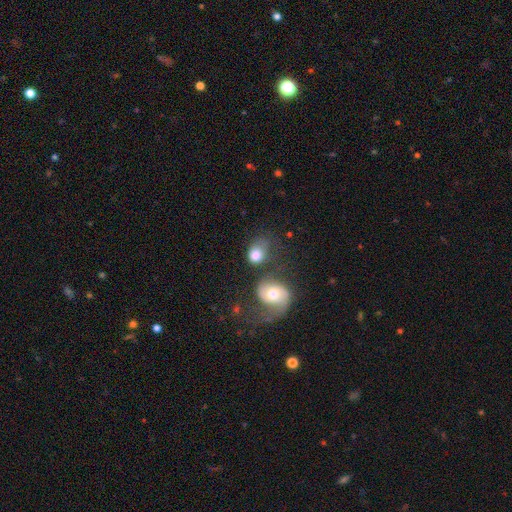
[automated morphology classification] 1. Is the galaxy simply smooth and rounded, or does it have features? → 68% smooth, 25% featured or disk, 8% star or artifact.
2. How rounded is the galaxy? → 56% in between, 43% round, 1% cigar-shaped.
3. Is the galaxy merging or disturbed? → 34% none, 29% merger, 19% minor disturbance, 19% major disturbance.